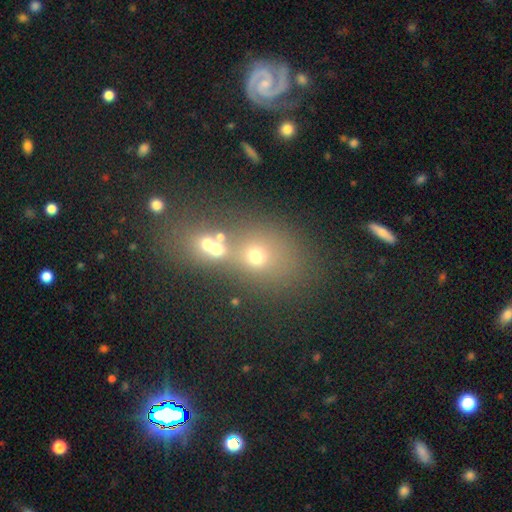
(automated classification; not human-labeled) Smooth or featured? Predicted: smooth (p=0.48). Merging? Predicted: merger (p=0.45).